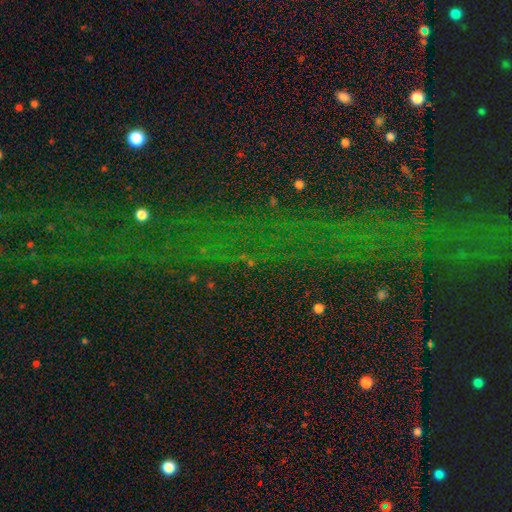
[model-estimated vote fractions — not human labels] Q: Smooth or featured?
A: star or artifact (77%); runner-up: smooth (12%)